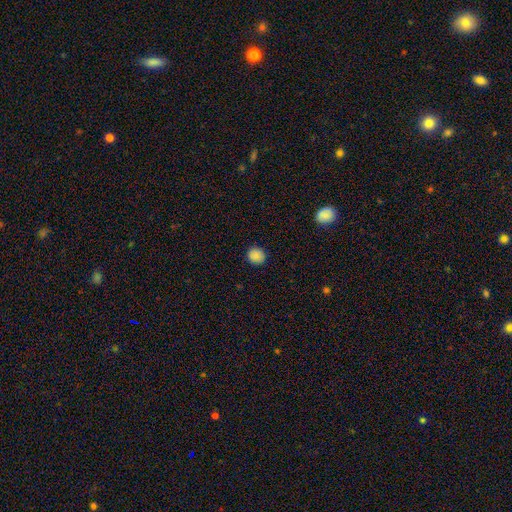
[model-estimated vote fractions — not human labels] Q: Smooth or featured?
A: smooth (87%); runner-up: star or artifact (9%)
Q: How rounded?
A: round (86%); runner-up: in between (13%)
Q: Merging?
A: none (90%); runner-up: minor disturbance (7%)